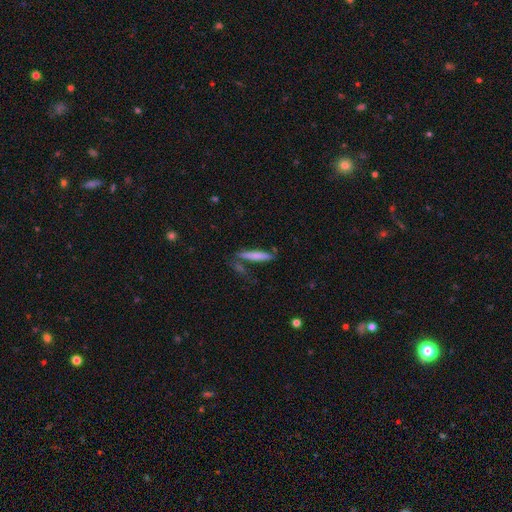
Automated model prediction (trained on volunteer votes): Smooth or featured?
  - smooth: 70% *
  - featured or disk: 23%
  - star or artifact: 6%
How rounded?
  - cigar-shaped: 91% *
  - in between: 7%
  - round: 2%
Merging?
  - none: 71% *
  - minor disturbance: 14%
  - merger: 11%
  - major disturbance: 5%